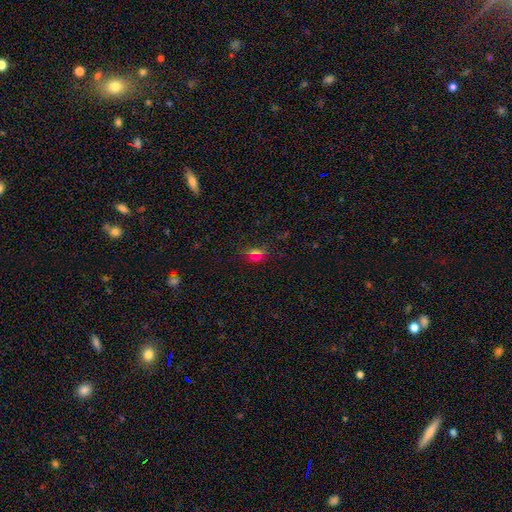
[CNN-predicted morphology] Q: Smooth or featured?
A: smooth (51%); runner-up: star or artifact (37%)
Q: How rounded?
A: in between (50%); runner-up: round (43%)
Q: Merging?
A: none (72%); runner-up: minor disturbance (15%)